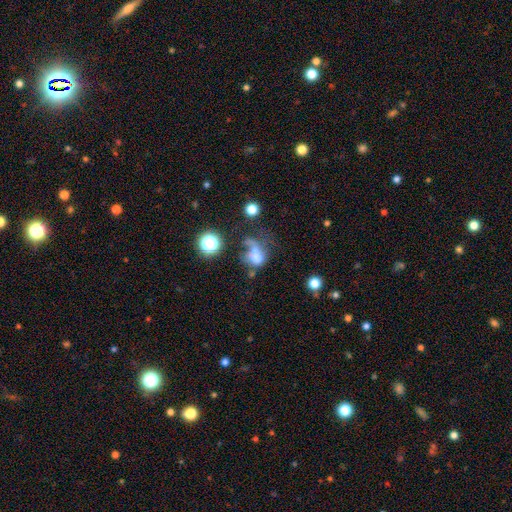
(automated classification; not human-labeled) smooth-or-featured: smooth: 49% | featured or disk: 33% | star or artifact: 18%
  merging: major disturbance: 47% | merger: 20% | none: 17% | minor disturbance: 15%